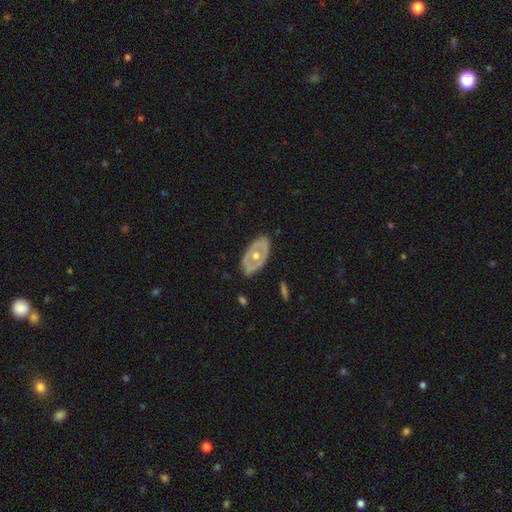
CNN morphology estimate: A featured or disk galaxy (64%) with no bar (88%), no spiral arms (87%) and a moderate central bulge (75%). Merging: none (80%).